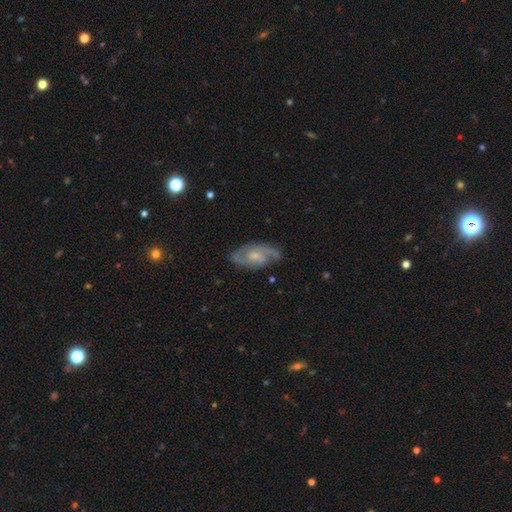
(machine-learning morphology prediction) This is clearly a featured or disk galaxy (82%). It is clearly not viewed edge-on (95%). Bar: possibly no (57%). Spiral arm pattern: clearly yes (95%). Spiral arm count: likely 2 (72%). Spiral winding: possibly medium (50%). Central bulge: possibly small (55%). Merging: likely none (76%).